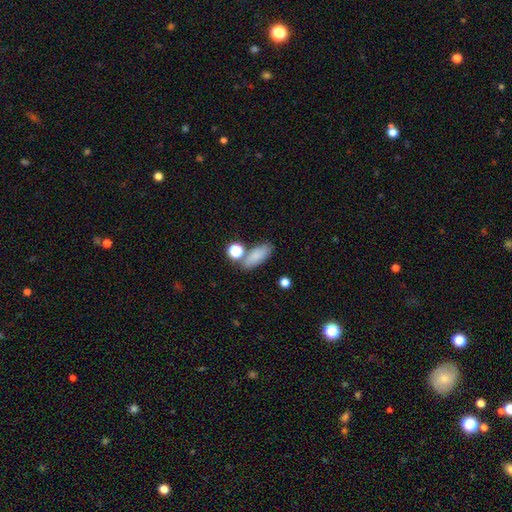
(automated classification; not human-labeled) A smooth galaxy with no disk features (81%) that is in between round and cigar-shaped (76%).

Vote fractions:
- Smooth or featured? smooth: 81% / featured or disk: 9% / star or artifact: 9%
- How rounded? in between: 76% / cigar-shaped: 16% / round: 8%
- Merging? none: 65% / merger: 16% / minor disturbance: 14% / major disturbance: 5%